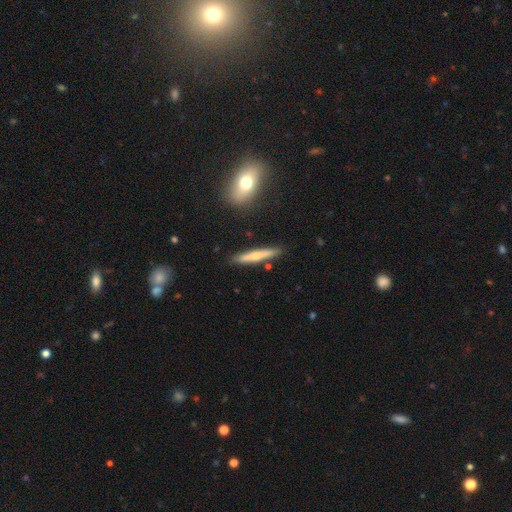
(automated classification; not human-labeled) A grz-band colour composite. It shows a smooth galaxy with no disk features (47%, tied with featured or disk). Merging: none (86%).